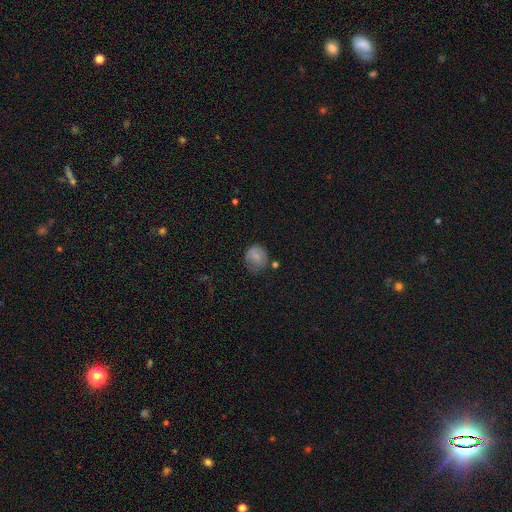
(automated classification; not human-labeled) This appears to be a smooth galaxy with no disk features (75%) that is round (74%). Merging: none (58%).